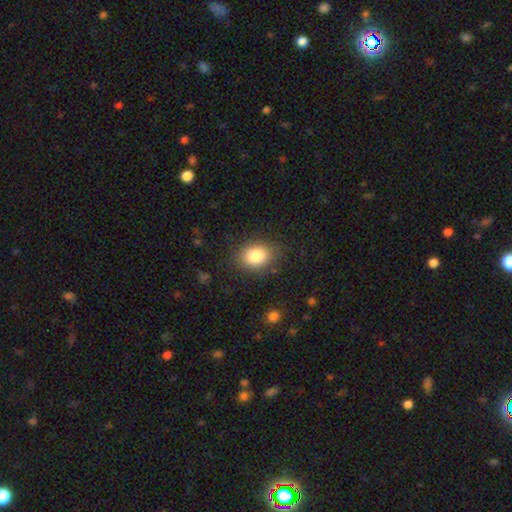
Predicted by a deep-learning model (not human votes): Smooth or featured? smooth (84%)
How rounded? in between (65%)
Merging? none (83%)